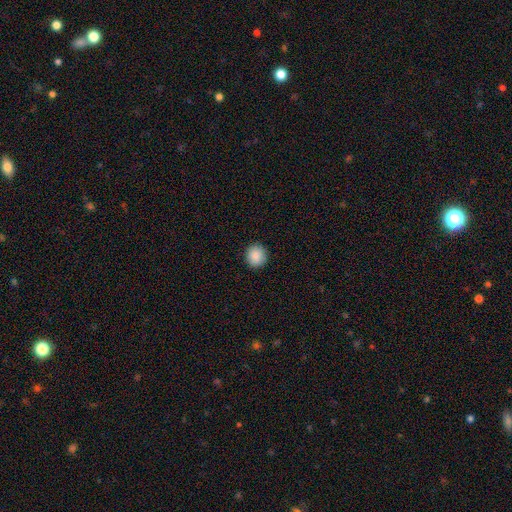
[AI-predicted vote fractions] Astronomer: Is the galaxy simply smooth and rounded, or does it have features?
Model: smooth — 89%.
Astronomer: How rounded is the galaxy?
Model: round — 87%.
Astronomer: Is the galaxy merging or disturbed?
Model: none — 91%.